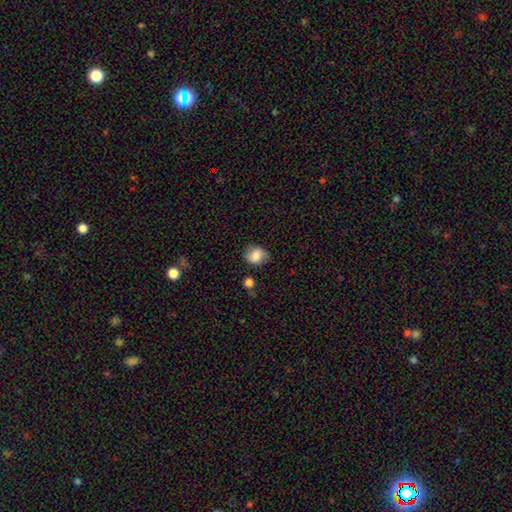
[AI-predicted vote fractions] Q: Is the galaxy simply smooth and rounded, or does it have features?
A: smooth — 81%.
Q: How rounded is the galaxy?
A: round — 66%.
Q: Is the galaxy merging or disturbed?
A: none — 74%.